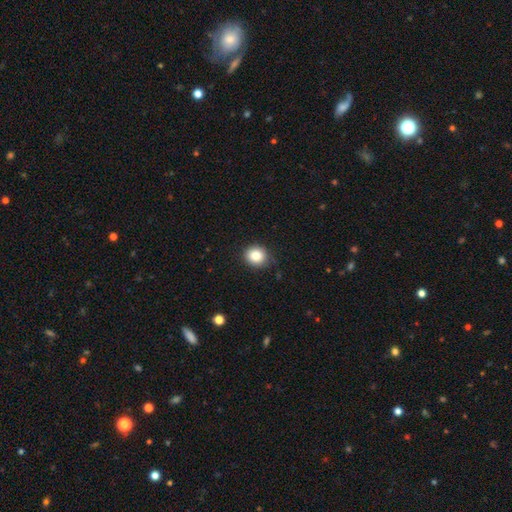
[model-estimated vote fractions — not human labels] smooth-or-featured: smooth: 85% | star or artifact: 10% | featured or disk: 5%
  how-rounded: round: 82% | in between: 18% | cigar-shaped: 1%
  merging: none: 85% | minor disturbance: 11% | major disturbance: 2% | merger: 1%